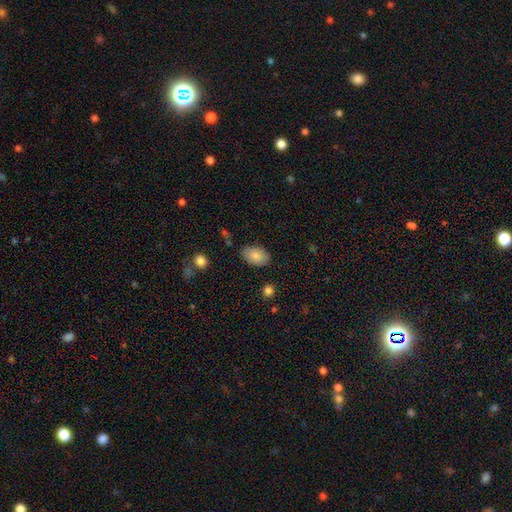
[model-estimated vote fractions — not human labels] smooth-or-featured: smooth: 84% | featured or disk: 9% | star or artifact: 7%
  how-rounded: in between: 91% | round: 7% | cigar-shaped: 1%
  merging: none: 81% | minor disturbance: 14% | major disturbance: 3% | merger: 2%